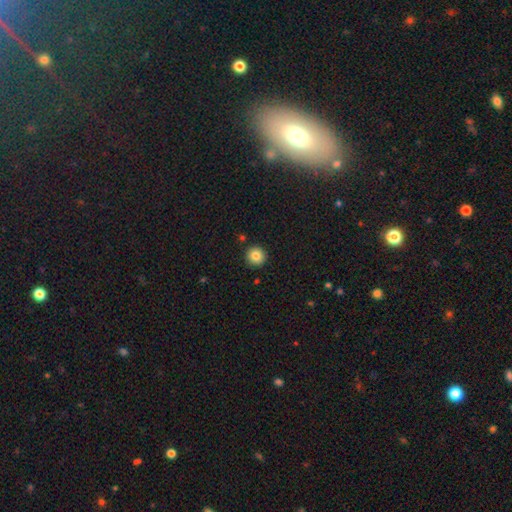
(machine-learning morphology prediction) Smooth or featured? smooth (84%)
How rounded? round (95%)
Merging? none (92%)